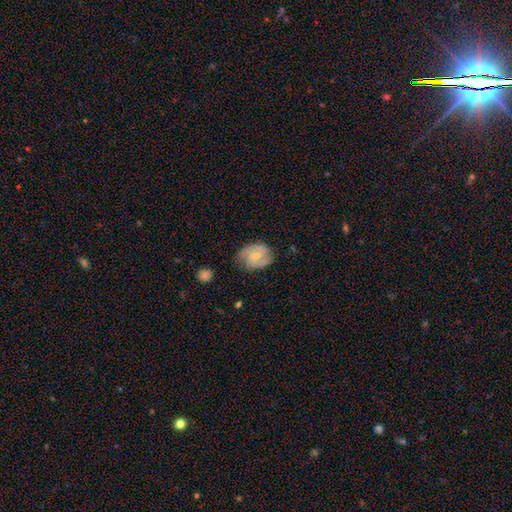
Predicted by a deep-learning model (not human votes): Q: Smooth or featured?
A: featured or disk (65%); runner-up: smooth (29%)
Q: Edge-on disk?
A: no (97%); runner-up: yes (3%)
Q: Bar?
A: no (49%); runner-up: weak (43%)
Q: Spiral arms?
A: yes (90%); runner-up: no (10%)
Q: Spiral winding?
A: medium (47%); runner-up: tight (36%)
Q: Spiral arm count?
A: 2 (60%); runner-up: can't tell (17%)
Q: Bulge size?
A: small (56%); runner-up: moderate (38%)
Q: Merging?
A: none (64%); runner-up: minor disturbance (27%)